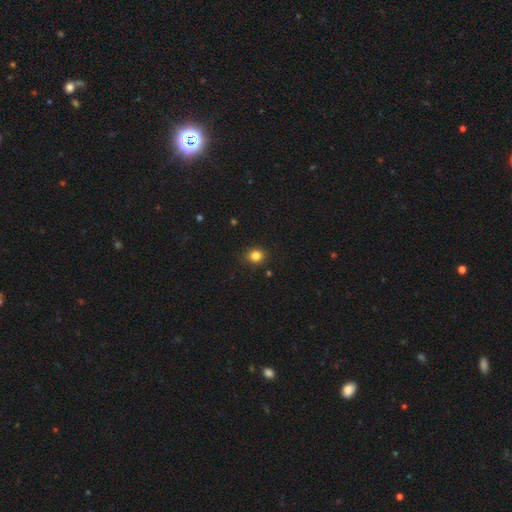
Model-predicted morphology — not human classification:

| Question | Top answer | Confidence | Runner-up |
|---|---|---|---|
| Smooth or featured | smooth | 83% | star or artifact (12%) |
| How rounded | round | 77% | in between (22%) |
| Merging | none | 88% | minor disturbance (8%) |